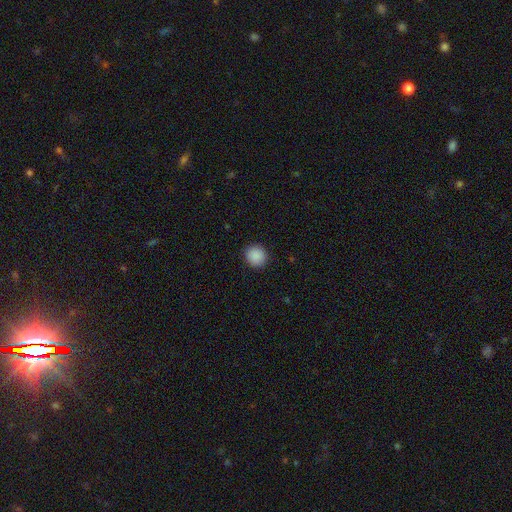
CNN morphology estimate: smooth-or-featured: smooth: 89% | star or artifact: 8% | featured or disk: 2%
  how-rounded: round: 90% | in between: 9% | cigar-shaped: 1%
  merging: none: 92% | minor disturbance: 5% | major disturbance: 2% | merger: 1%